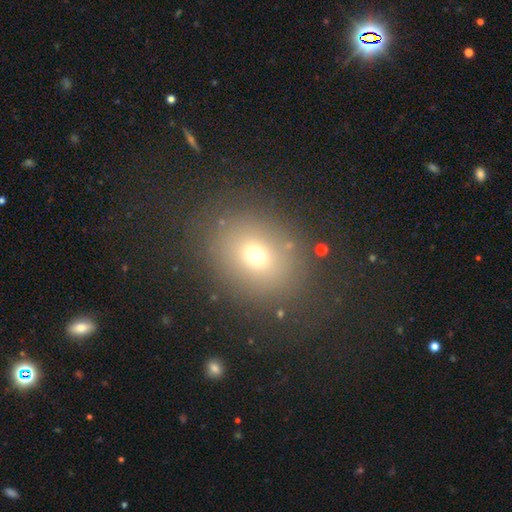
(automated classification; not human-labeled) A smooth galaxy with no disk features (68%) that is round (56%).

Vote fractions:
- Smooth or featured? smooth: 68% / star or artifact: 19% / featured or disk: 13%
- How rounded? round: 56% / in between: 43% / cigar-shaped: 1%
- Merging? none: 81% / minor disturbance: 10% / major disturbance: 6% / merger: 3%